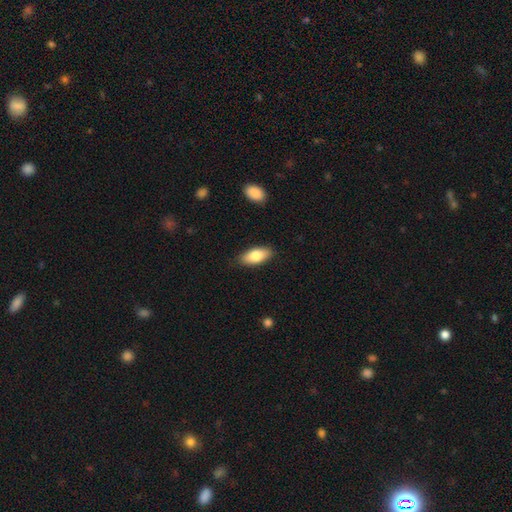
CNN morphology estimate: This appears to be a smooth galaxy with no disk features (79%) that is in between round and cigar-shaped (87%). Merging: none (86%).